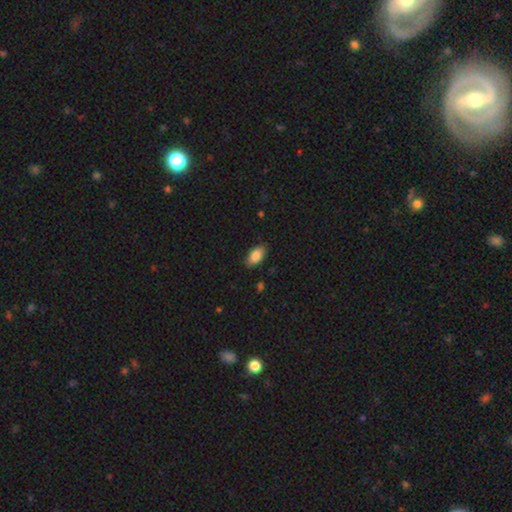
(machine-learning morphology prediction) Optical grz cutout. It shows a smooth galaxy with no disk features (87%) that is in between round and cigar-shaped (93%). Merging: none (85%).